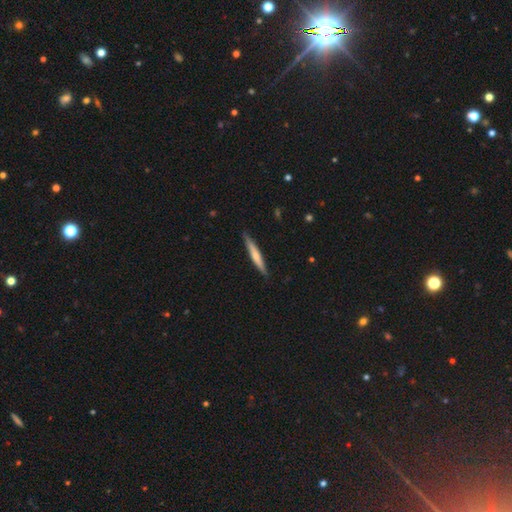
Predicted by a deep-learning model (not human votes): smooth-or-featured: smooth: 55% | featured or disk: 40% | star or artifact: 5%
  how-rounded: cigar-shaped: 95% | in between: 4% | round: 1%
  merging: none: 87% | minor disturbance: 11% | major disturbance: 2% | merger: 1%